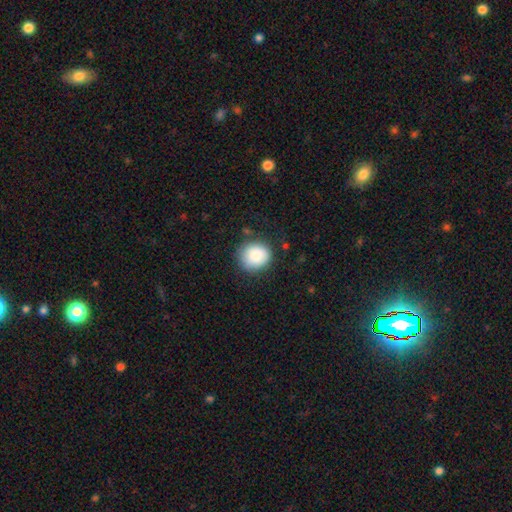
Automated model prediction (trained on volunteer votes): A smooth galaxy with no disk features (86%) that is round (80%).

Vote fractions:
- Smooth or featured? smooth: 86% / star or artifact: 8% / featured or disk: 6%
- How rounded? round: 80% / in between: 19% / cigar-shaped: 1%
- Merging? none: 80% / minor disturbance: 14% / major disturbance: 4% / merger: 2%